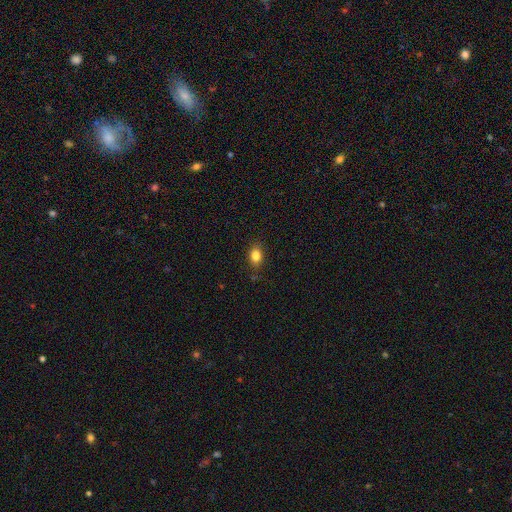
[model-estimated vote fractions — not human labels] A smooth galaxy with no disk features (83%) that is in between round and cigar-shaped (74%).

Vote fractions:
- Smooth or featured? smooth: 83% / star or artifact: 10% / featured or disk: 7%
- How rounded? in between: 74% / round: 24% / cigar-shaped: 2%
- Merging? none: 84% / minor disturbance: 12% / major disturbance: 3% / merger: 1%